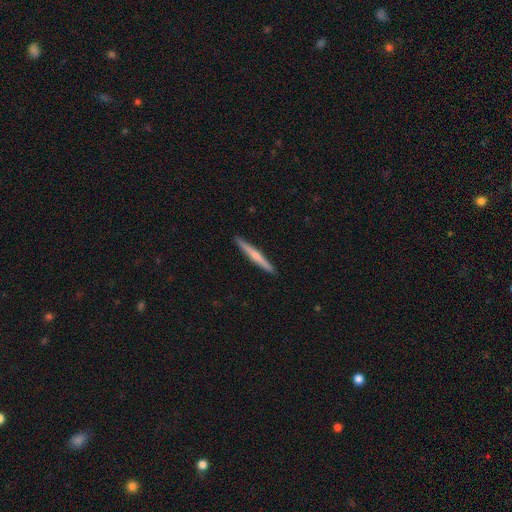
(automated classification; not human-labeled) Smooth or featured: featured or disk — 48% (smooth — 47%)
Merging: none — 93% (minor disturbance — 5%)